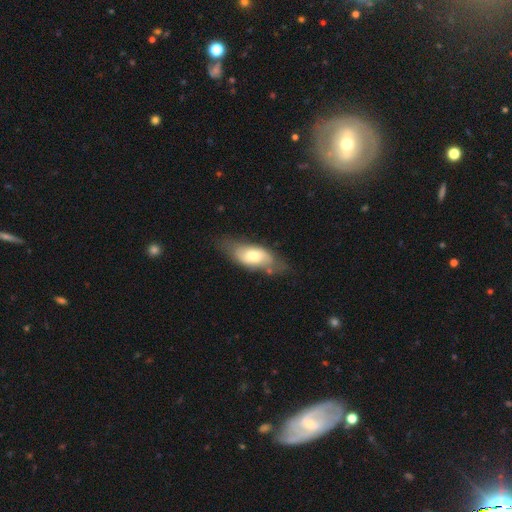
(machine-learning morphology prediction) smooth_or_featured: smooth (p=0.59) [alt: featured or disk p=0.35]
how_rounded: in between (p=0.85) [alt: cigar-shaped p=0.11]
merging: none (p=0.61) [alt: minor disturbance p=0.26]